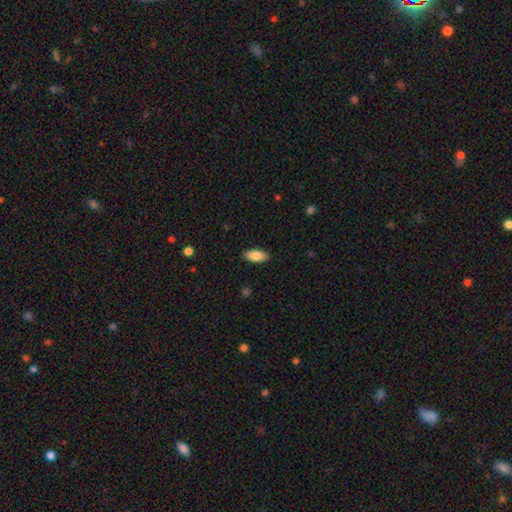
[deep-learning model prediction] Smooth or featured? Predicted: smooth (p=0.85). How rounded? Predicted: in between (p=0.88). Merging? Predicted: none (p=0.89).